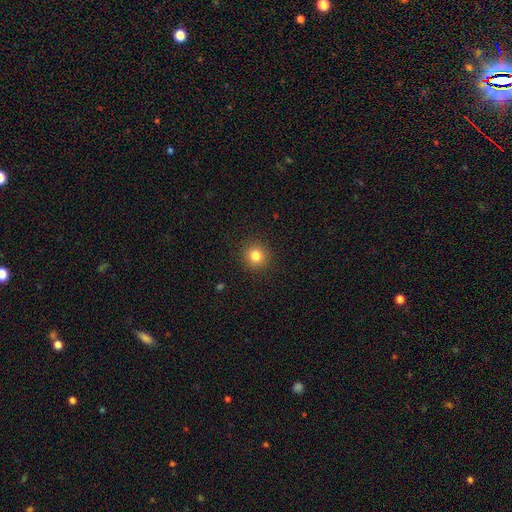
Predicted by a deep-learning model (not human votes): The model was most divided on "smooth or featured": smooth: 82%, star or artifact: 12%, featured or disk: 6%. More confident: how rounded — round (92%); merging — none (91%).